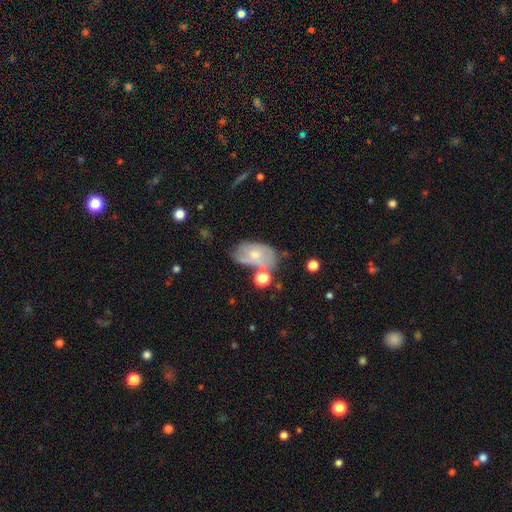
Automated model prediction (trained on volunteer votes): smooth_or_featured: featured or disk (p=0.47) [alt: smooth p=0.44]
merging: none (p=0.40) [alt: minor disturbance p=0.28]